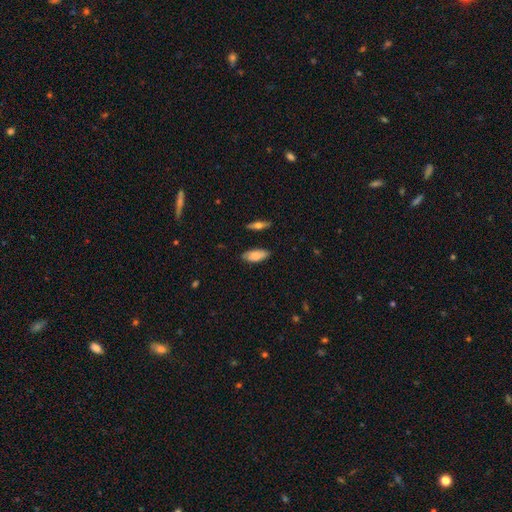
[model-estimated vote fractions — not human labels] smooth-or-featured: smooth: 73% | featured or disk: 20% | star or artifact: 7%
  how-rounded: in between: 83% | cigar-shaped: 15% | round: 2%
  merging: none: 81% | minor disturbance: 14% | major disturbance: 2% | merger: 2%